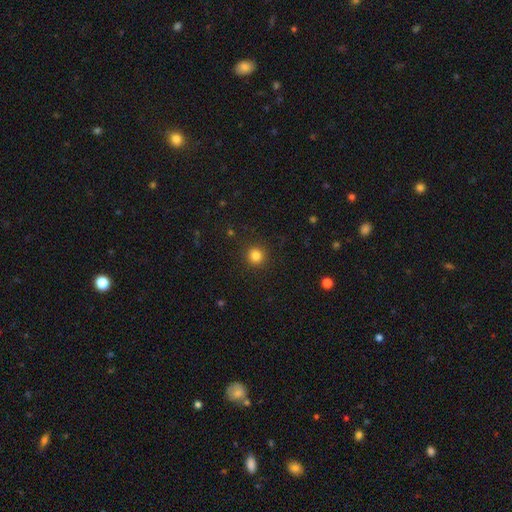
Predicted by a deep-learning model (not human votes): Overall: smooth (83%). How rounded: round (93%). Merging: none (91%).